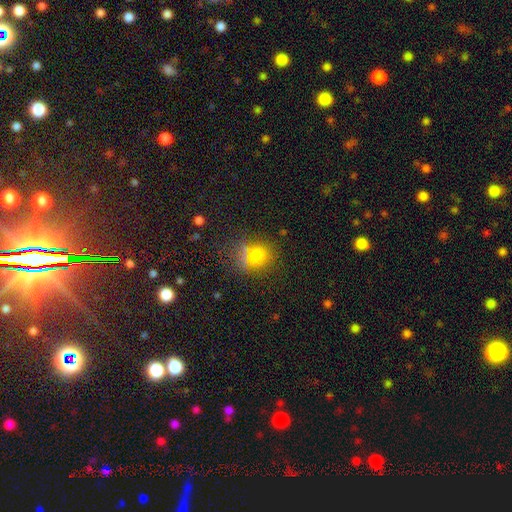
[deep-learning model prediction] A smooth galaxy with no disk features (71%) that is round (85%).

Vote fractions:
- Smooth or featured? smooth: 71% / star or artifact: 21% / featured or disk: 7%
- How rounded? round: 85% / in between: 14% / cigar-shaped: 2%
- Merging? none: 80% / minor disturbance: 11% / merger: 5% / major disturbance: 4%